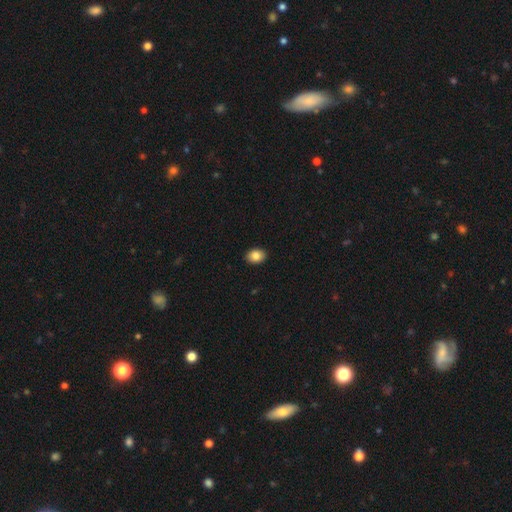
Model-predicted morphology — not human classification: Smooth or featured? smooth (87%)
How rounded? in between (72%)
Merging? none (91%)